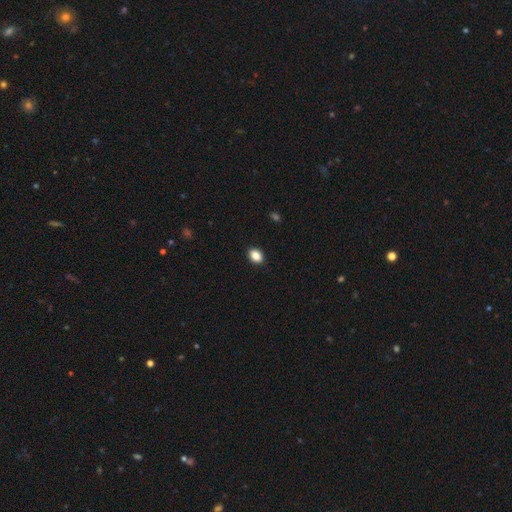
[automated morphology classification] Overall: smooth (87%). How rounded: in between (79%). Merging: none (90%).